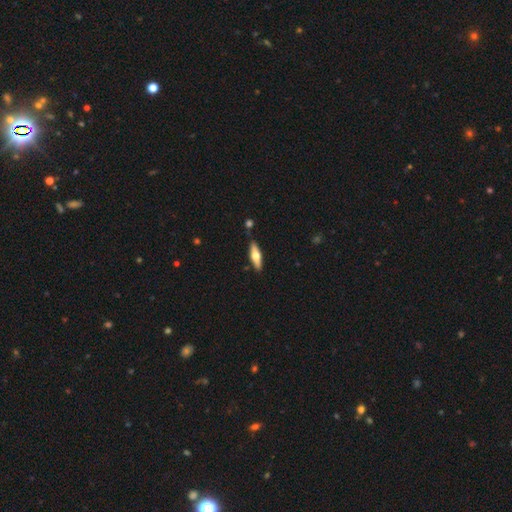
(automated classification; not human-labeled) Q: Smooth or featured?
A: featured or disk (50%); runner-up: smooth (44%)
Q: Edge-on disk?
A: yes (91%); runner-up: no (9%)
Q: Merging?
A: none (85%); runner-up: minor disturbance (10%)